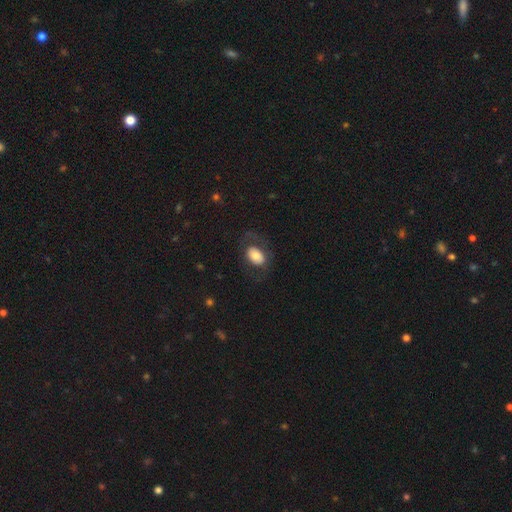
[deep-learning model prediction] This appears to be a smooth galaxy with no disk features (68%) that is in between round and cigar-shaped (84%). Merging: none (66%).